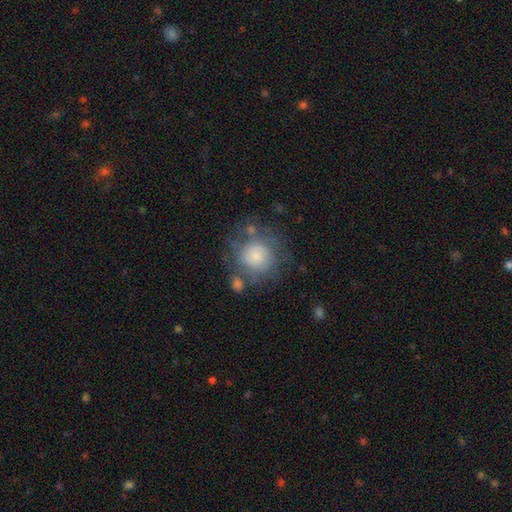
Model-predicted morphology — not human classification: smooth-or-featured: smooth: 67% | featured or disk: 25% | star or artifact: 8%
  how-rounded: round: 87% | in between: 12% | cigar-shaped: 1%
  merging: none: 54% | minor disturbance: 21% | major disturbance: 15% | merger: 9%